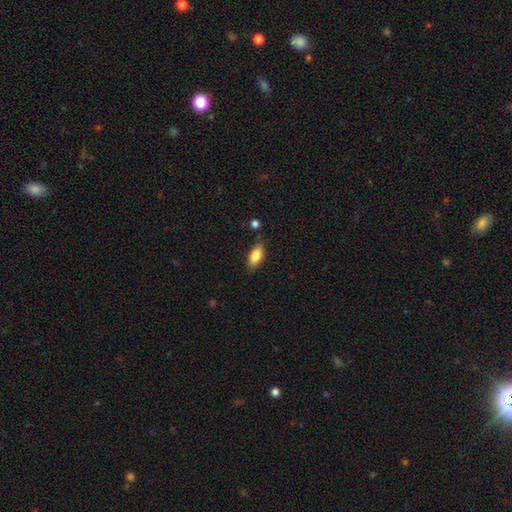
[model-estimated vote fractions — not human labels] smooth_or_featured: smooth (p=0.86) [alt: featured or disk p=0.07]
how_rounded: in between (p=0.88) [alt: cigar-shaped p=0.08]
merging: none (p=0.79) [alt: minor disturbance p=0.14]